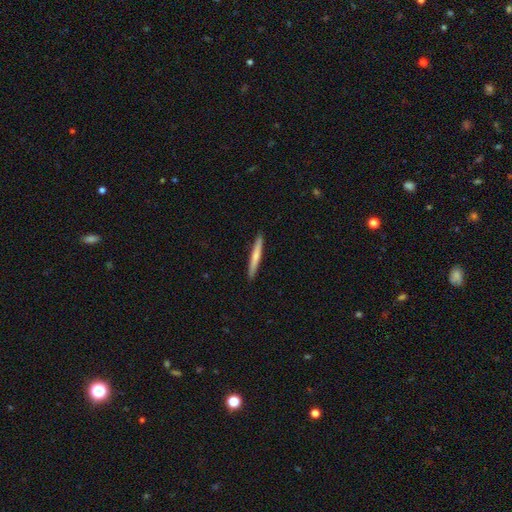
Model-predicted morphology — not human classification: The model was most divided on "smooth or featured": smooth: 63%, featured or disk: 32%, star or artifact: 5%. More confident: how rounded — cigar-shaped (96%); merging — none (92%).